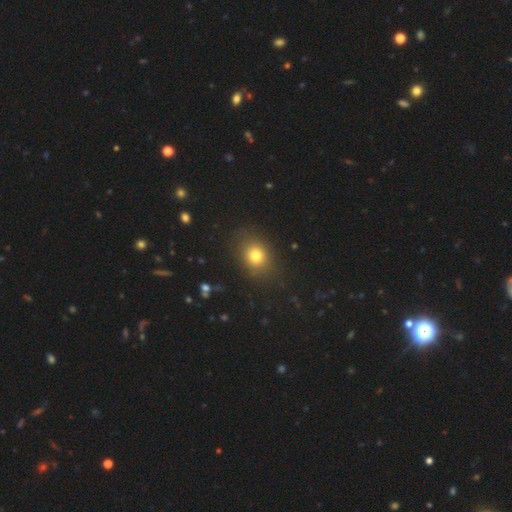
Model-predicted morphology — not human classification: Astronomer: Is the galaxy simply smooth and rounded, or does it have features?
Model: smooth — 78%.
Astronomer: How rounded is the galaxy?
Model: round — 53% (runner-up: in between, 46%).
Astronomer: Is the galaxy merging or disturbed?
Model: none — 84%.